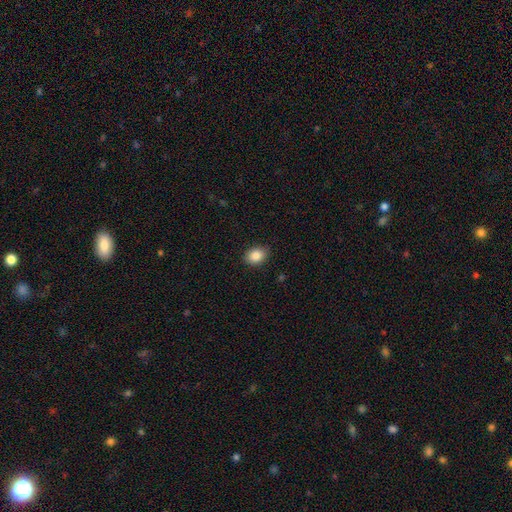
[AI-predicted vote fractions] The model was most divided on "how rounded": in between: 65%, round: 34%, cigar-shaped: 1%. More confident: merging — none (87%); smooth or featured — smooth (86%).